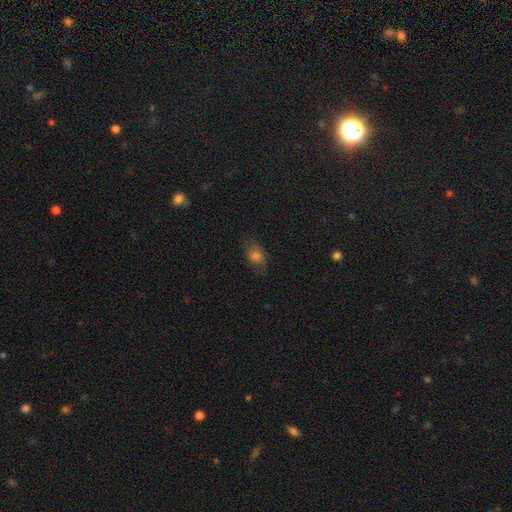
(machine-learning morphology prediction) smooth-or-featured: smooth: 65% | featured or disk: 20% | star or artifact: 15%
  how-rounded: in between: 69% | round: 28% | cigar-shaped: 2%
  merging: none: 64% | minor disturbance: 23% | major disturbance: 11% | merger: 1%